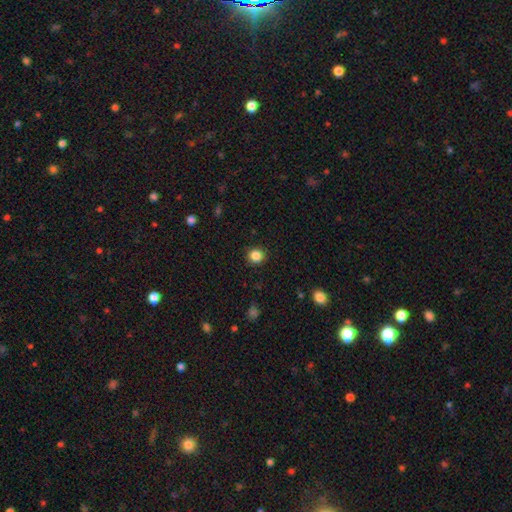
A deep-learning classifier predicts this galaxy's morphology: Overall: smooth (85%). How rounded: round (90%). Merging: none (91%).